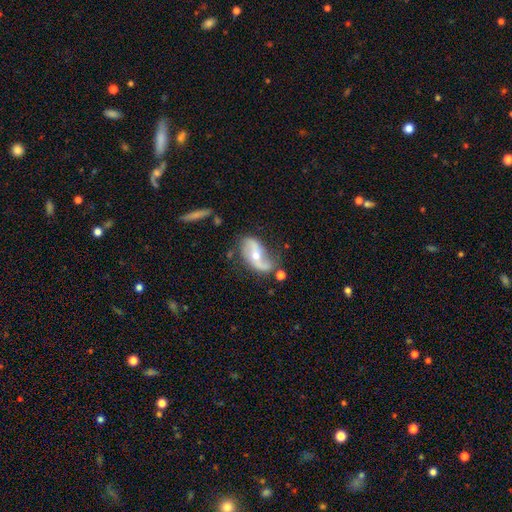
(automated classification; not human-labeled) A featured or disk galaxy (81%) with no bar (50%), 2 (89%) loose (71%) spiral arms (92%) and a moderate central bulge (55%). Merging: none (63%).